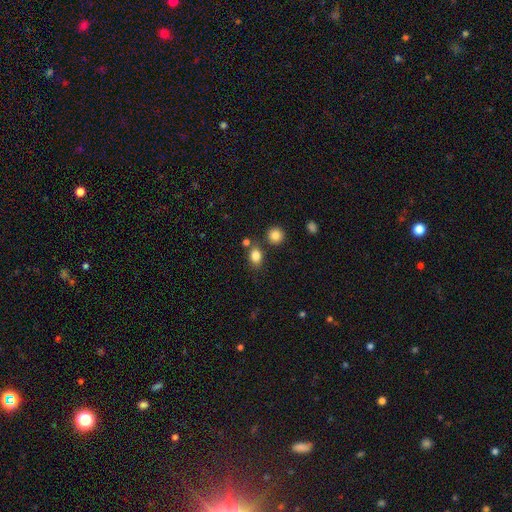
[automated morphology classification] type=smooth (84%); roundness=in between (66%); merging=none (72%).